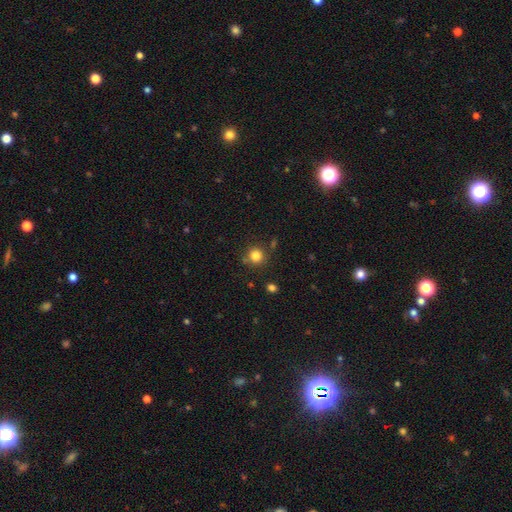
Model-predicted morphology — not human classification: This is clearly a smooth galaxy (82%). How rounded: clearly round (92%). Merging: clearly none (81%).